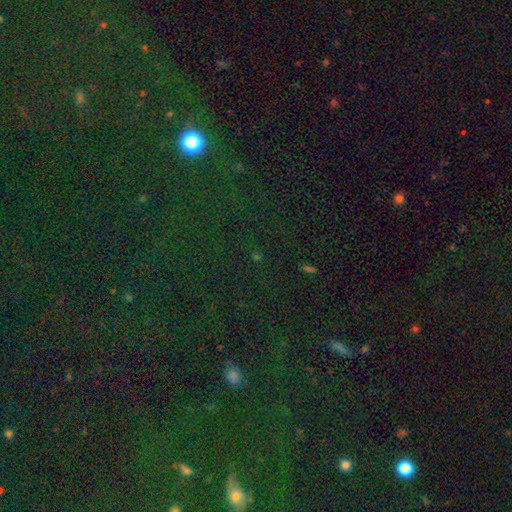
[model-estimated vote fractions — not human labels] The model was most divided on "smooth or featured": star or artifact: 75%, smooth: 17%, featured or disk: 8%.